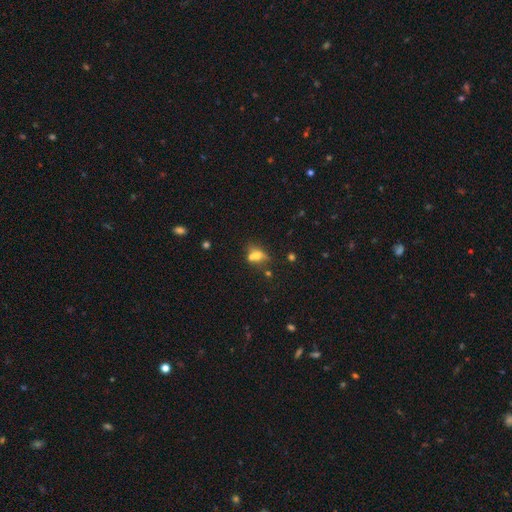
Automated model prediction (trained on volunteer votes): This is possibly a smooth galaxy (57%). How rounded: possibly in between (57%). Merging: marginally merger (44%).